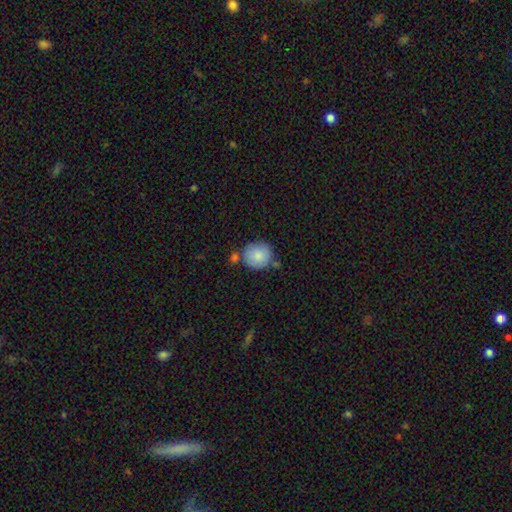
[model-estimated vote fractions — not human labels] smooth-or-featured: smooth: 85% | featured or disk: 8% | star or artifact: 7%
  how-rounded: round: 89% | in between: 10% | cigar-shaped: 1%
  merging: none: 69% | minor disturbance: 15% | merger: 12% | major disturbance: 4%